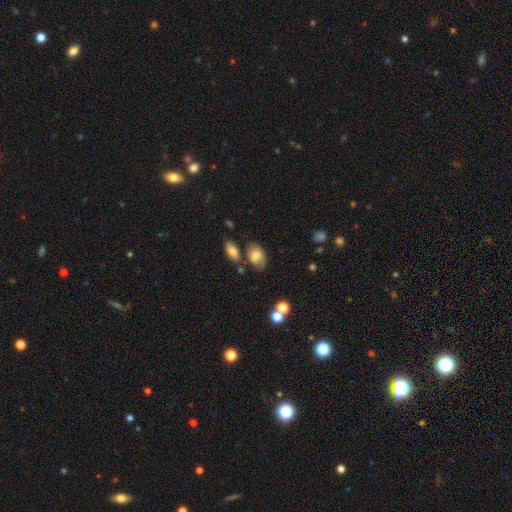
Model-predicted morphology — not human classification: Overall: smooth (75%). How rounded: in between (88%). Merging: none (67%).